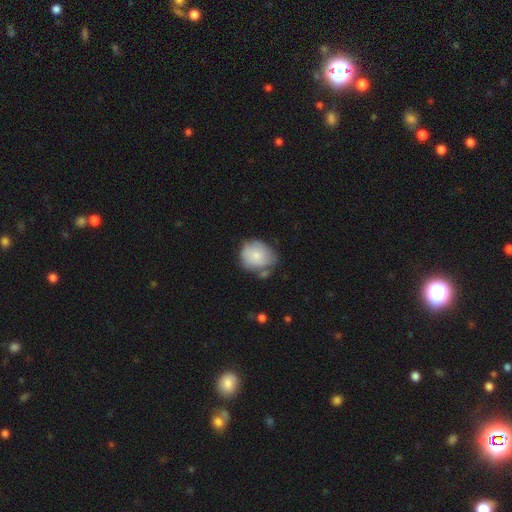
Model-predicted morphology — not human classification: Smooth or featured? smooth (76%)
How rounded? round (70%)
Merging? none (49%)